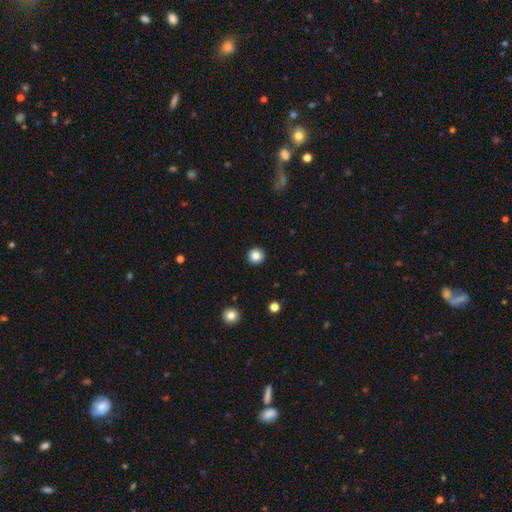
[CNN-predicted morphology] This appears to be a smooth galaxy with no disk features (86%) that is round (95%). Merging: none (93%).